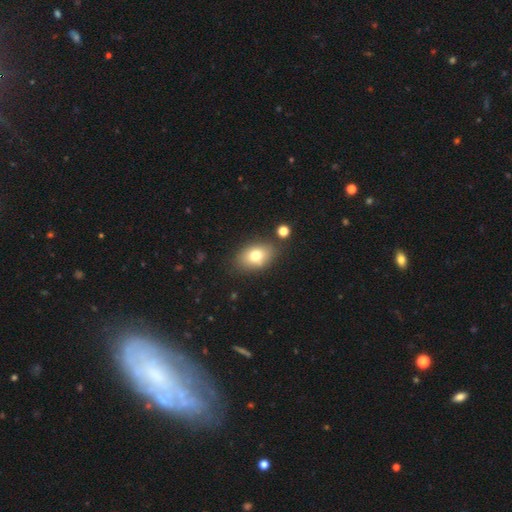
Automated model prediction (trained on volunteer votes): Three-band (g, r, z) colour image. It shows a smooth galaxy with no disk features (75%) that is in between round and cigar-shaped (78%). Merging: none (78%).